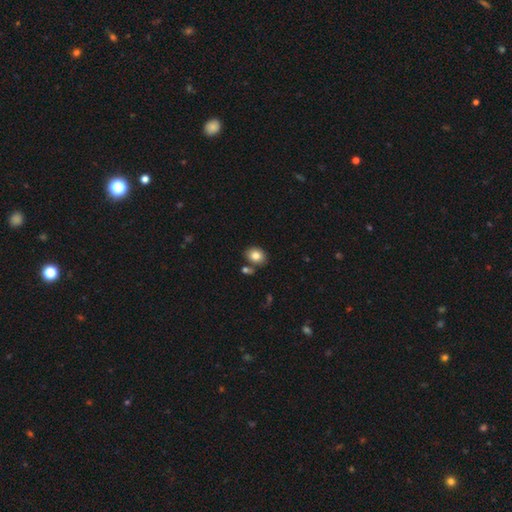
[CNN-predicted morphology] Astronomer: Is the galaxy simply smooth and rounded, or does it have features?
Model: smooth — 81%.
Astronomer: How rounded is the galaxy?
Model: in between — 58% (runner-up: round, 41%).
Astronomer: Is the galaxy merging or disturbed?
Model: none — 74%.